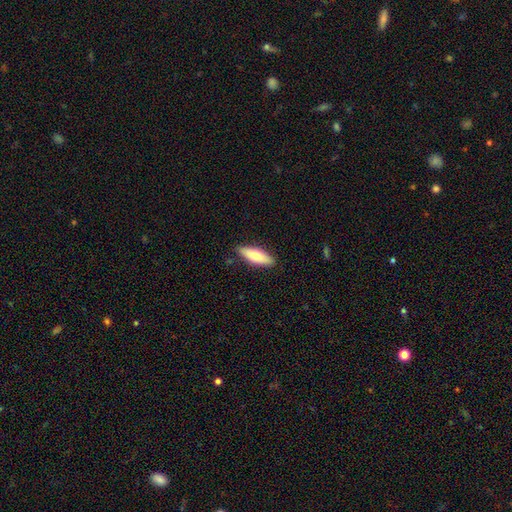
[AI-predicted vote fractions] This appears to be a smooth galaxy with no disk features (70%) that is in between round and cigar-shaped (55%). Merging: none (86%).